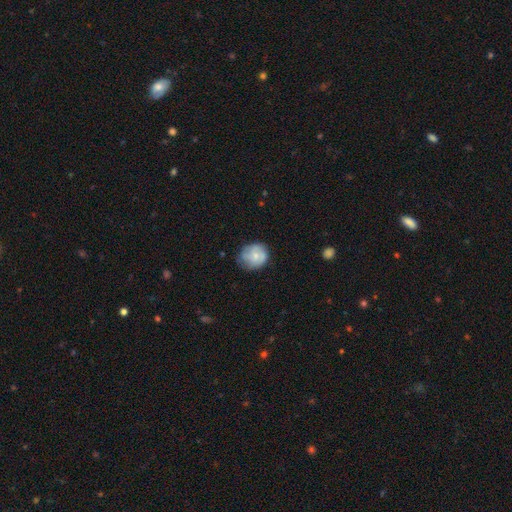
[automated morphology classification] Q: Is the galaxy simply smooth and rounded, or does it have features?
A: smooth — 62%.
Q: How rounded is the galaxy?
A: round — 77%.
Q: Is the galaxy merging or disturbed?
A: none — 62%.